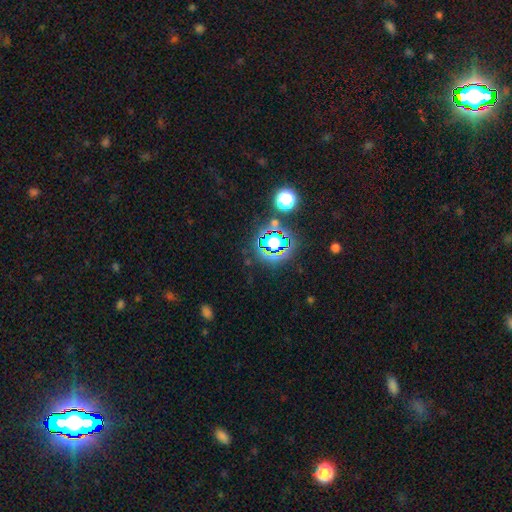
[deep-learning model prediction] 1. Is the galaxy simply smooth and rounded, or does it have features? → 78% star or artifact, 14% smooth, 8% featured or disk.